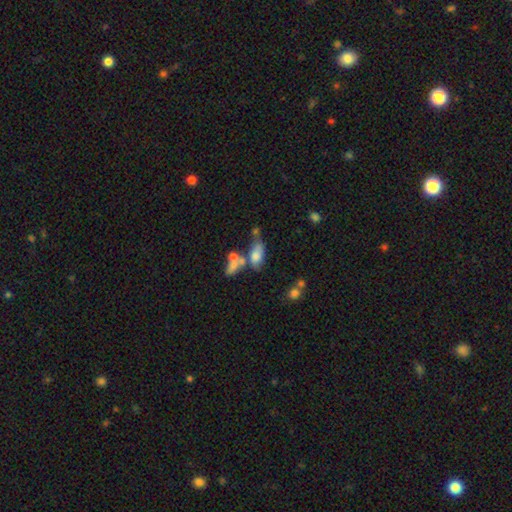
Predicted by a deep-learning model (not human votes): smooth-or-featured: smooth: 66% | featured or disk: 24% | star or artifact: 11%
  how-rounded: in between: 82% | cigar-shaped: 12% | round: 6%
  merging: merger: 41% | none: 31% | minor disturbance: 16% | major disturbance: 12%